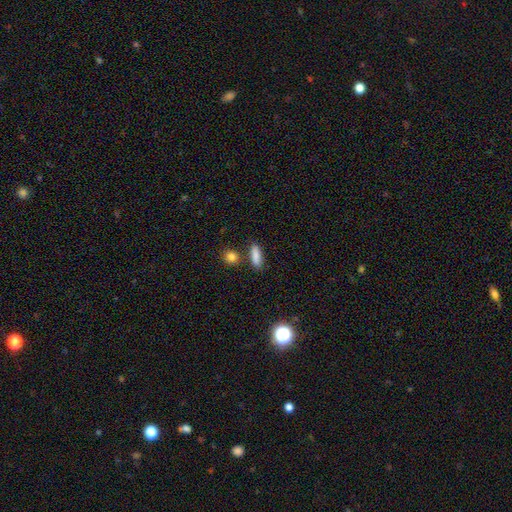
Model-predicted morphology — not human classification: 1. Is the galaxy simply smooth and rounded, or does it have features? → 85% smooth, 8% star or artifact, 7% featured or disk.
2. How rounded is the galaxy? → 53% in between, 42% cigar-shaped, 5% round.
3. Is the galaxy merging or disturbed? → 80% none, 11% minor disturbance, 7% merger, 3% major disturbance.